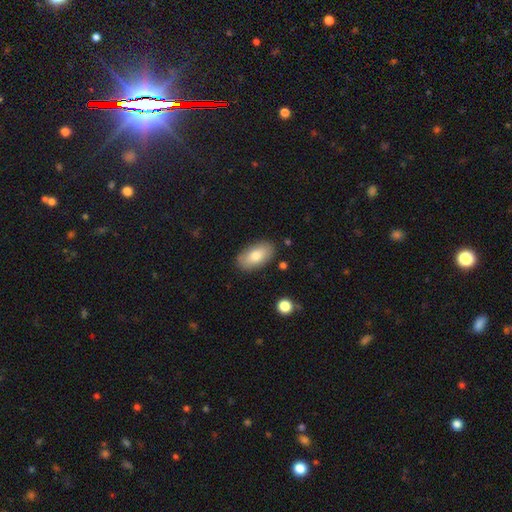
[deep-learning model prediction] A smooth galaxy with no disk features (77%) that is in between round and cigar-shaped (94%). Merging: none (84%).